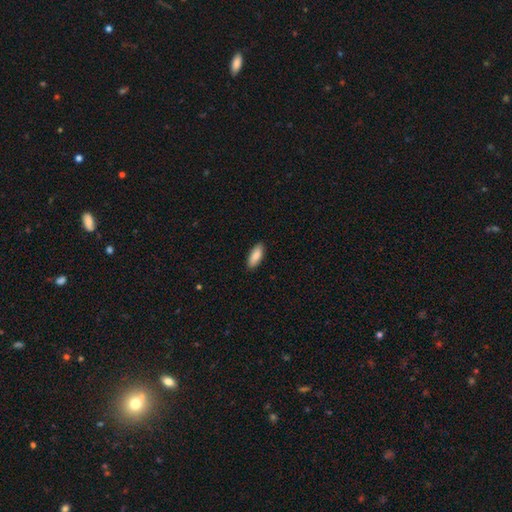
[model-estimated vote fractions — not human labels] Q: Smooth or featured?
A: smooth (87%); runner-up: featured or disk (8%)
Q: How rounded?
A: in between (80%); runner-up: cigar-shaped (18%)
Q: Merging?
A: none (89%); runner-up: minor disturbance (8%)